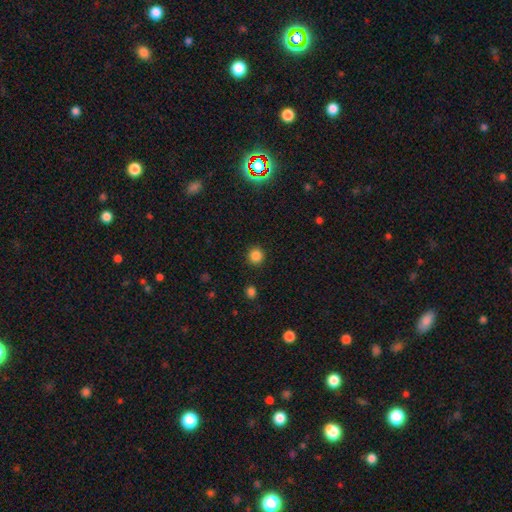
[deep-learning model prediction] Smooth or featured?
  - smooth: 85% *
  - star or artifact: 12%
  - featured or disk: 3%
How rounded?
  - round: 94% *
  - in between: 5%
  - cigar-shaped: 1%
Merging?
  - none: 91% *
  - minor disturbance: 6%
  - major disturbance: 2%
  - merger: 1%